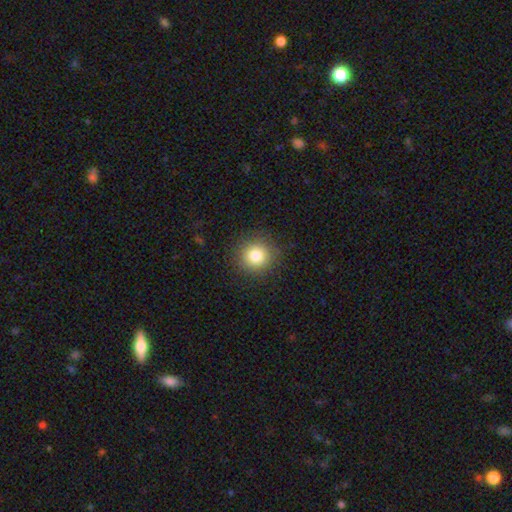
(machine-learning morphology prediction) smooth 82%, star or artifact 12%, featured or disk 6%. Down the decision tree: how rounded — round (92%); merging — none (89%).